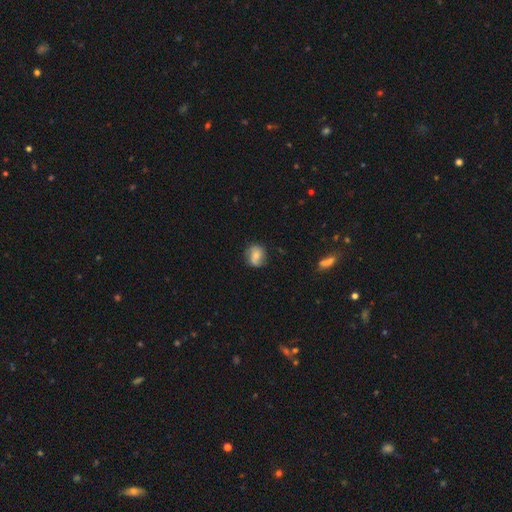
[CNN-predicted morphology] Q: Smooth or featured?
A: smooth (54%); runner-up: featured or disk (37%)
Q: How rounded?
A: round (67%); runner-up: in between (32%)
Q: Merging?
A: none (69%); runner-up: minor disturbance (23%)